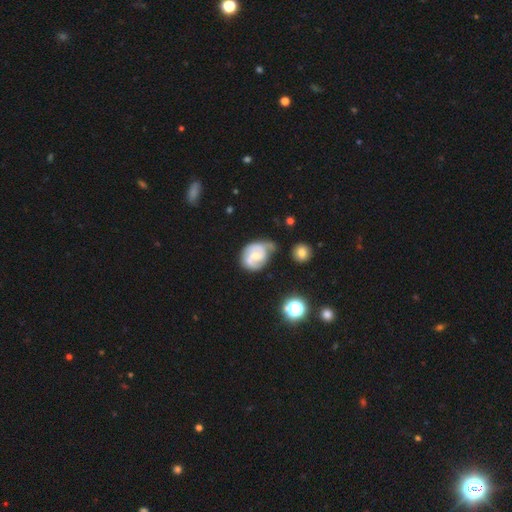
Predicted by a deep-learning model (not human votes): smooth_or_featured: featured or disk (p=0.70) [alt: smooth p=0.24]
disk_edge_on: no (p=0.98) [alt: yes p=0.02]
bar: weak (p=0.45) [tied with: no p=0.45]
has_spiral_arms: yes (p=0.87) [alt: no p=0.13]
spiral_winding: medium (p=0.44) [alt: tight p=0.39]
spiral_arm_count: 2 (p=0.64) [alt: can't tell p=0.17]
bulge_size: moderate (p=0.48) [alt: small p=0.44]
merging: none (p=0.40) [alt: minor disturbance p=0.34]